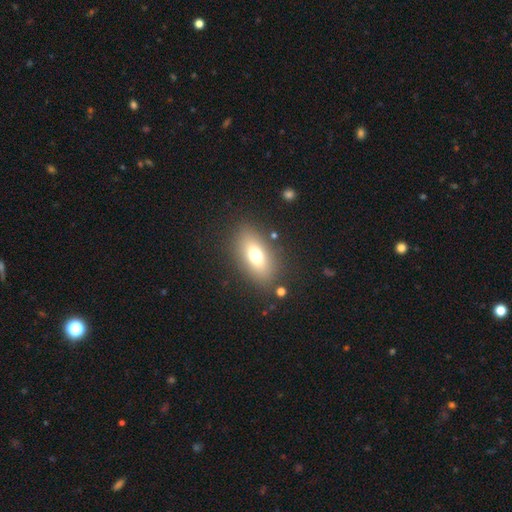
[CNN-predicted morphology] Smooth or featured? Predicted: smooth (p=0.69). How rounded? Predicted: in between (p=0.82). Merging? Predicted: none (p=0.83).